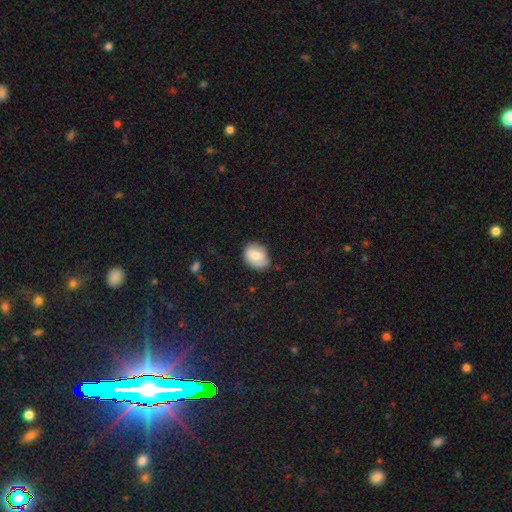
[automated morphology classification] Smooth or featured? Predicted: smooth (p=0.69). How rounded? Predicted: in between (p=0.63). Merging? Predicted: none (p=0.71).